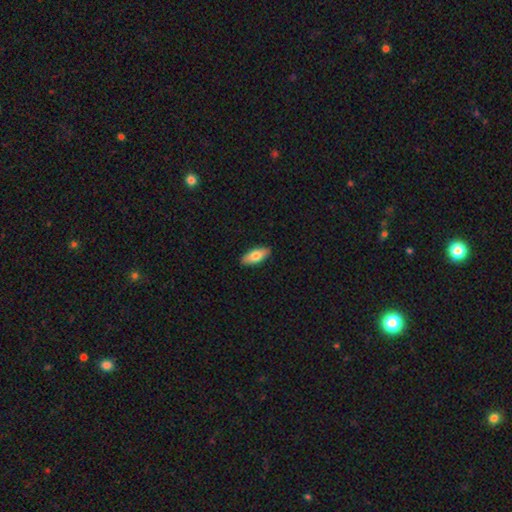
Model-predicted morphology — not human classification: The model was most divided on "smooth or featured": smooth: 75%, featured or disk: 19%, star or artifact: 6%. More confident: merging — none (90%); how rounded — in between (80%).